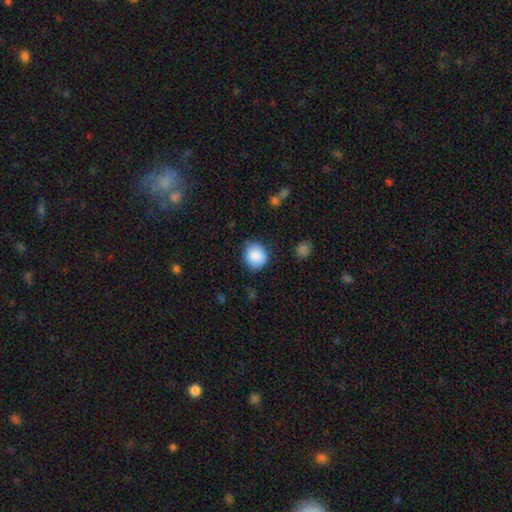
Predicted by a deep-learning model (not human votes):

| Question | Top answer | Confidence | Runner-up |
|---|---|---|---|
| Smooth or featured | smooth | 88% | star or artifact (8%) |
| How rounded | round | 79% | in between (20%) |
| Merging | none | 79% | minor disturbance (16%) |